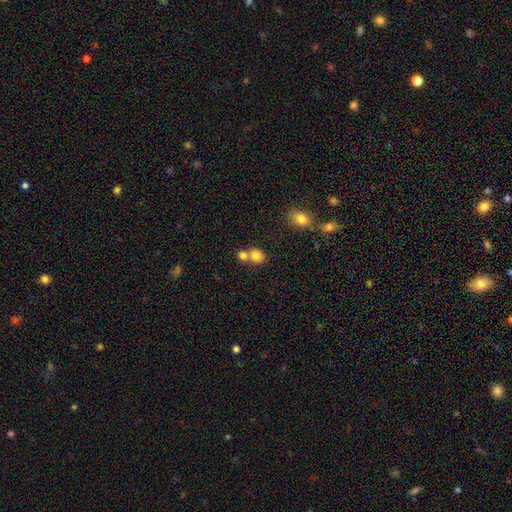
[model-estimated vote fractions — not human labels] This is clearly a smooth galaxy (81%). How rounded: likely round (72%). Merging: possibly merger (49%).